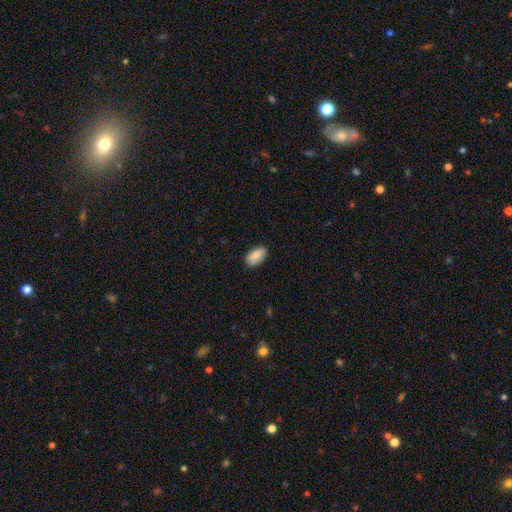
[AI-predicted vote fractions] smooth 85%, featured or disk 9%, star or artifact 7%. Down the decision tree: how rounded — in between (93%); merging — none (85%).